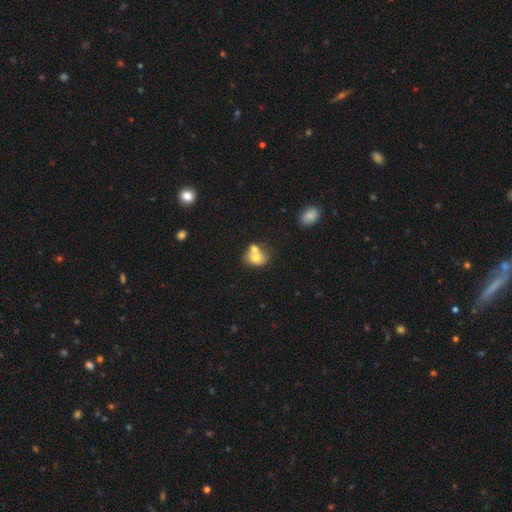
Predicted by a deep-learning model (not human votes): Smooth or featured?
  - smooth: 67% *
  - featured or disk: 24%
  - star or artifact: 9%
How rounded?
  - in between: 51% *
  - round: 48%
  - cigar-shaped: 1%
Merging?
  - merger: 56% *
  - none: 30%
  - minor disturbance: 10%
  - major disturbance: 4%